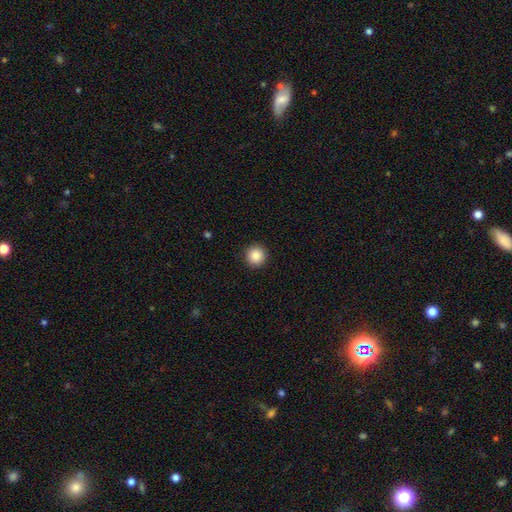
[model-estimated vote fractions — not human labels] Smooth or featured: smooth — 87% (star or artifact — 9%)
How rounded: round — 95% (in between — 4%)
Merging: none — 93% (minor disturbance — 5%)